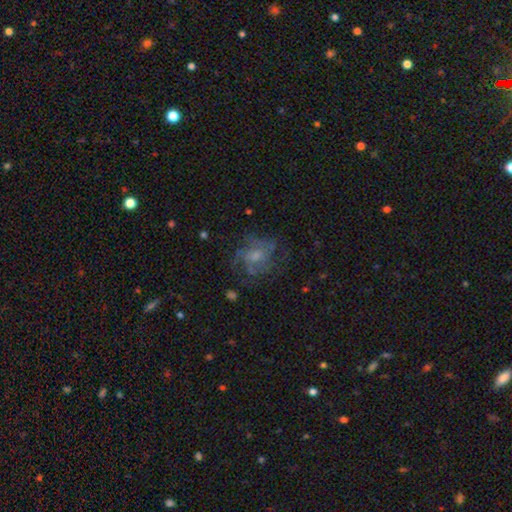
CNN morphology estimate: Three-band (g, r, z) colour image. It shows a featured or disk galaxy (63%) with no bar (69%), spiral arms (73%) and a small central bulge (40%). Merging: none (58%).